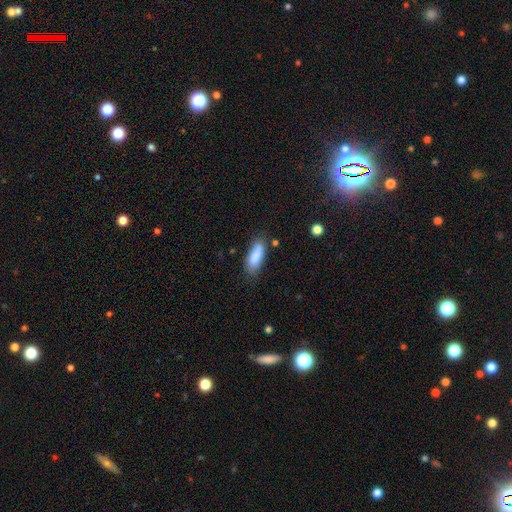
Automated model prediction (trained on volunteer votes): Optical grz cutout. It shows a smooth galaxy with no disk features (86%) that is in between round and cigar-shaped (68%). Merging: none (72%).